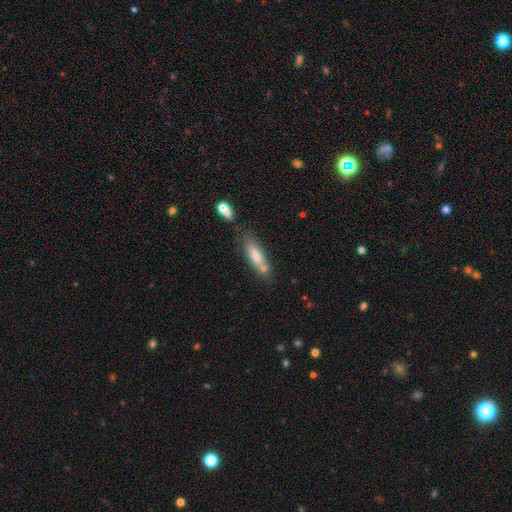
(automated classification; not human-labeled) Smooth or featured?
  - smooth: 74% *
  - featured or disk: 18%
  - star or artifact: 8%
How rounded?
  - cigar-shaped: 55% *
  - in between: 43%
  - round: 2%
Merging?
  - none: 56% *
  - merger: 20%
  - minor disturbance: 18%
  - major disturbance: 6%